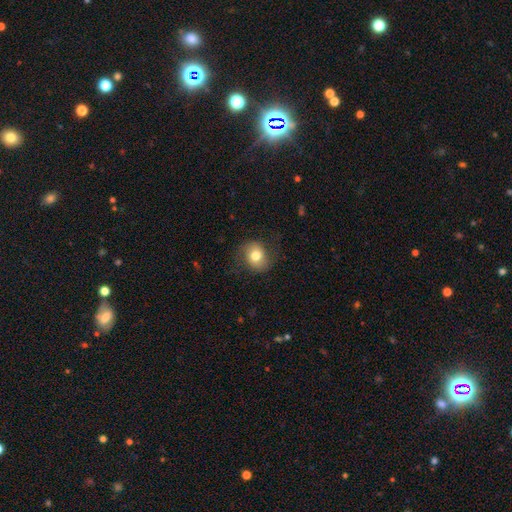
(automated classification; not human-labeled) Morphology: type=smooth (68%); roundness=round (65%); merging=none (73%).